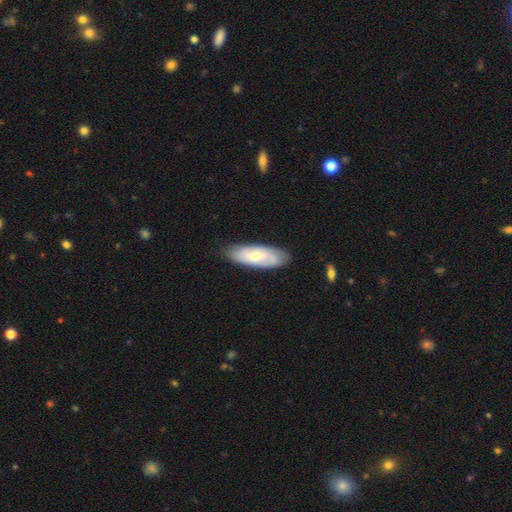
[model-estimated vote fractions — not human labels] The model was most divided on "smooth or featured": featured or disk: 52%, smooth: 43%, star or artifact: 6%. More confident: merging — none (81%); edge-on disk — no (81%).